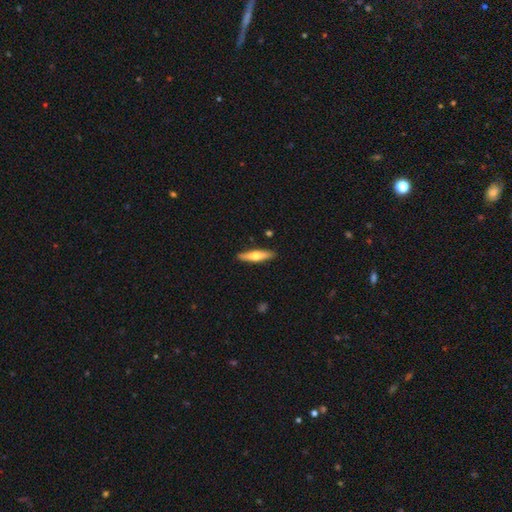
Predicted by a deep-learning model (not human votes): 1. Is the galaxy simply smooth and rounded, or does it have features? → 53% smooth, 41% featured or disk, 5% star or artifact.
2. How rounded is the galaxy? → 77% cigar-shaped, 21% in between, 2% round.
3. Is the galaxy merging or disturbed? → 90% none, 7% minor disturbance, 2% major disturbance, 1% merger.